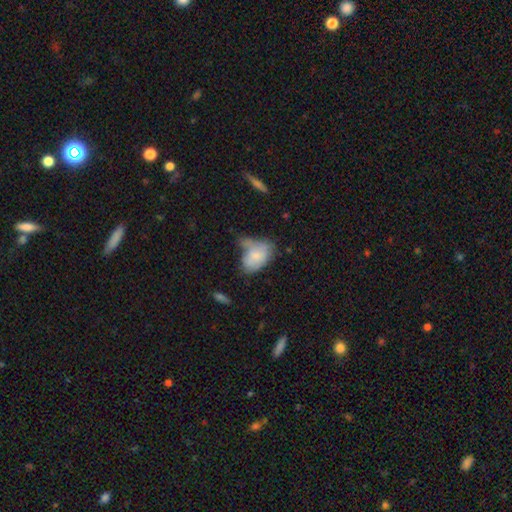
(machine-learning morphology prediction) type=smooth (75%); roundness=in between (87%); merging=none (30%, tied with minor disturbance).